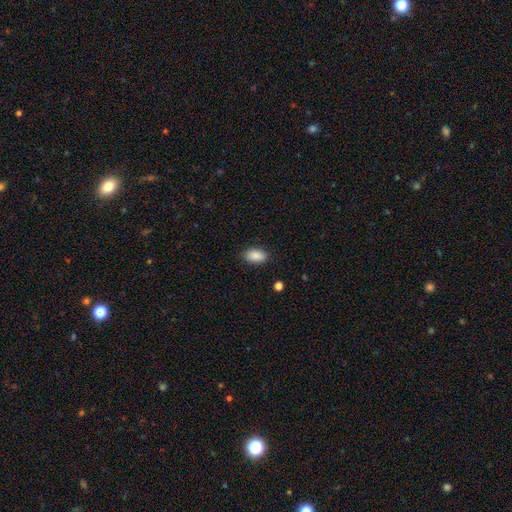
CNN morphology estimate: The model was most divided on "merging": none: 87%, minor disturbance: 10%, major disturbance: 2%, merger: 1%. More confident: how rounded — in between (92%); smooth or featured — smooth (89%).